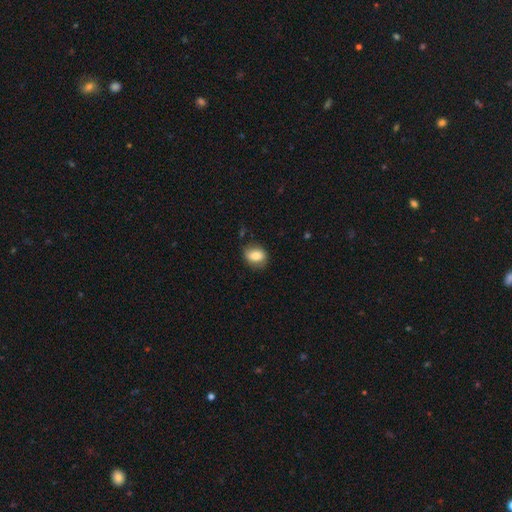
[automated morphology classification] Overall: smooth (79%). How rounded: in between (62%; round 37%). Merging: none (75%).